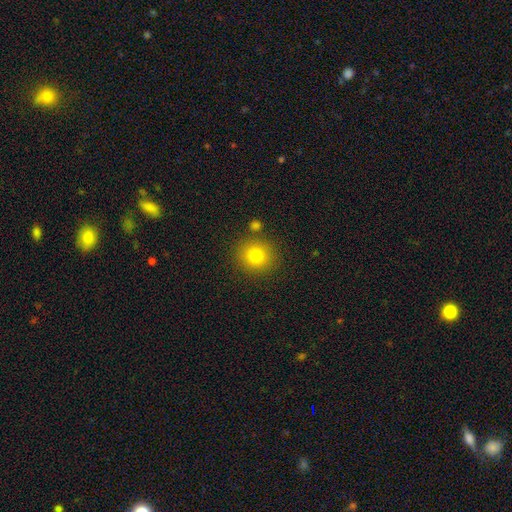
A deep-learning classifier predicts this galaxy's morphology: This appears to be a smooth galaxy with no disk features (79%) that is round (89%). Merging: none (84%).